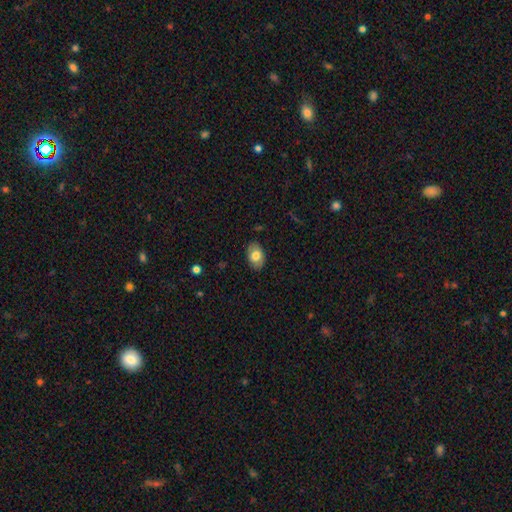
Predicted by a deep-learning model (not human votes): Morphology: type=smooth (76%); roundness=in between (88%); merging=none (85%).